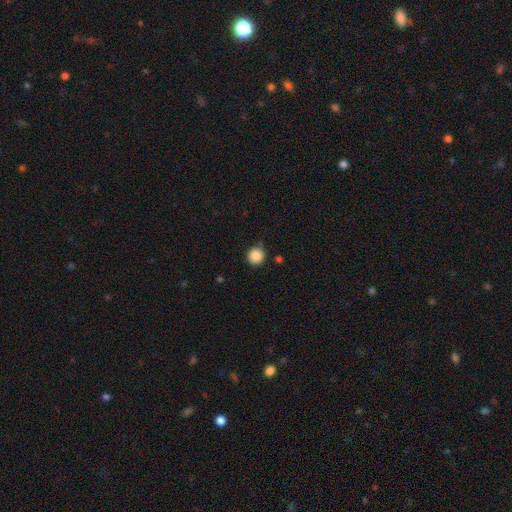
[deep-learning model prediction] Q: Smooth or featured?
A: smooth (86%); runner-up: star or artifact (10%)
Q: How rounded?
A: round (95%); runner-up: in between (4%)
Q: Merging?
A: none (84%); runner-up: minor disturbance (11%)